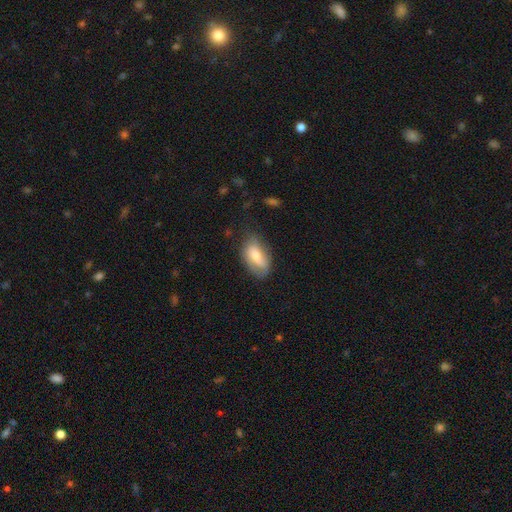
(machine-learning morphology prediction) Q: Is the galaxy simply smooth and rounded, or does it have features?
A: smooth — 66%.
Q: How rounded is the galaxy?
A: in between — 91%.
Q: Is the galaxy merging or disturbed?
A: none — 61%.